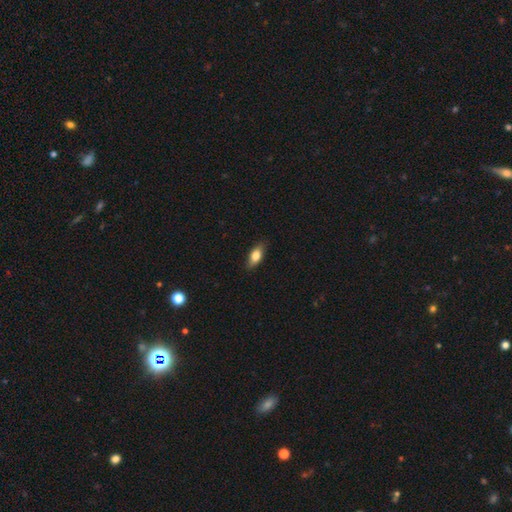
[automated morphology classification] Overall: smooth (77%). How rounded: in between (81%). Merging: none (84%).